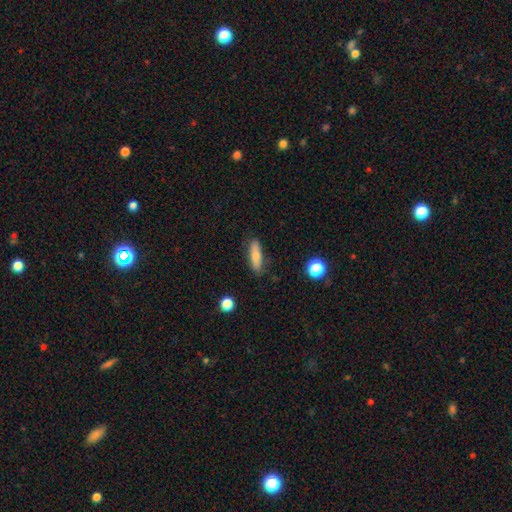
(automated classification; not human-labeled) Overall: smooth (70%). How rounded: cigar-shaped (66%; in between 31%). Merging: none (83%).